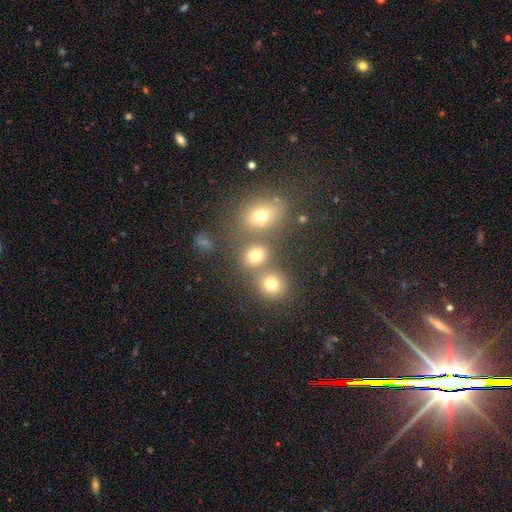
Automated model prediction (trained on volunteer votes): Smooth or featured?
  - smooth: 73% *
  - star or artifact: 18%
  - featured or disk: 9%
How rounded?
  - round: 70% *
  - in between: 29%
  - cigar-shaped: 1%
Merging?
  - none: 58% *
  - merger: 29%
  - minor disturbance: 8%
  - major disturbance: 4%